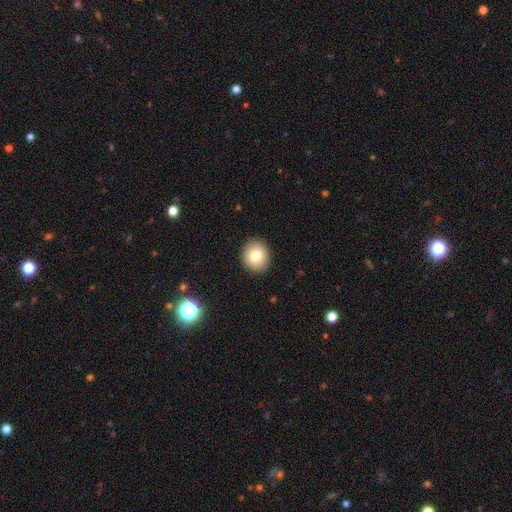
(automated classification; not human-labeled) Morphology: type=smooth (80%); roundness=round (77%); merging=none (91%).